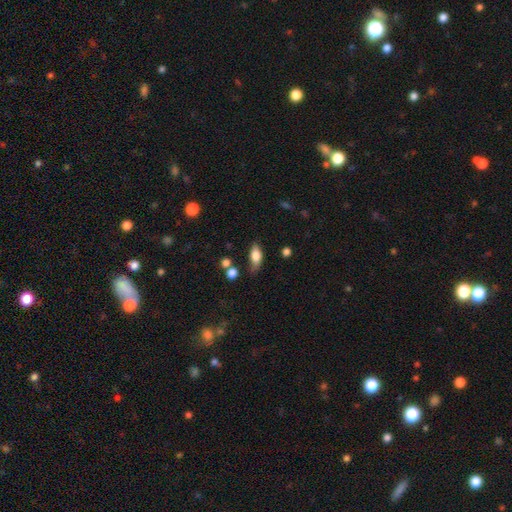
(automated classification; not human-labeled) This appears to be a smooth galaxy with no disk features (78%) that is in between round and cigar-shaped (84%). Merging: none (63%).